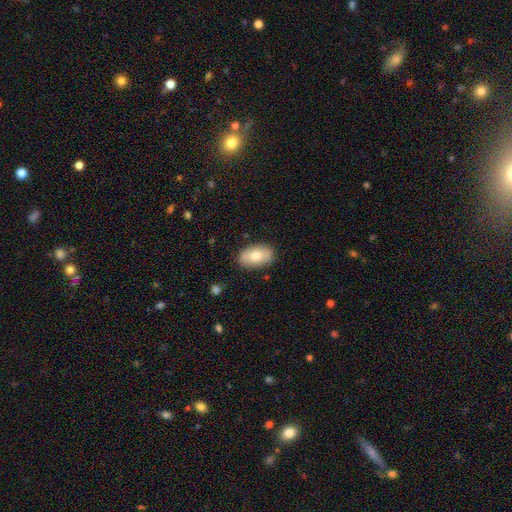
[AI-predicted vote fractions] A smooth galaxy with no disk features (76%) that is in between round and cigar-shaped (92%). Merging: none (85%).